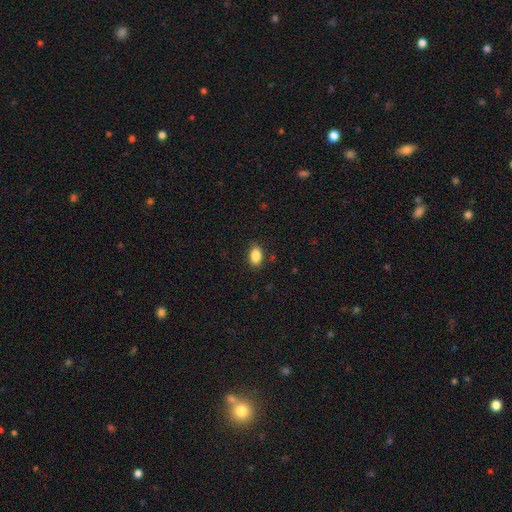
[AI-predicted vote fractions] This is clearly a smooth galaxy (87%). How rounded: clearly in between (87%). Merging: clearly none (84%).